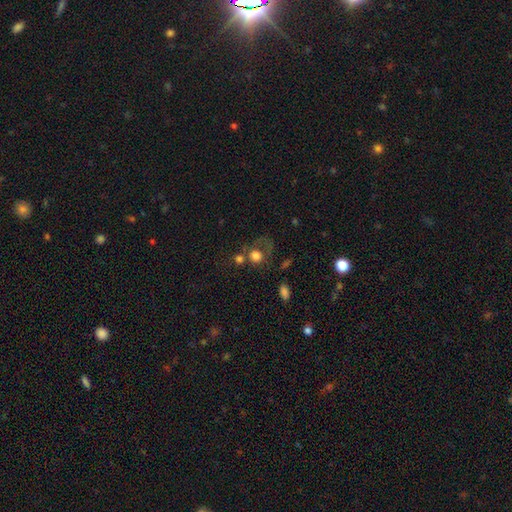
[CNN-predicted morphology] This appears to be a smooth galaxy with no disk features (70%) that is round (78%). Merging: none (36%).